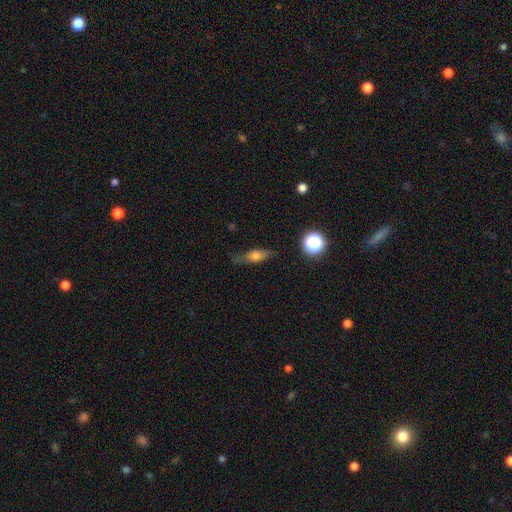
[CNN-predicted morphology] The model was most divided on "how rounded": in between: 55%, cigar-shaped: 36%, round: 9%. More confident: merging — none (67%); smooth or featured — smooth (56%).